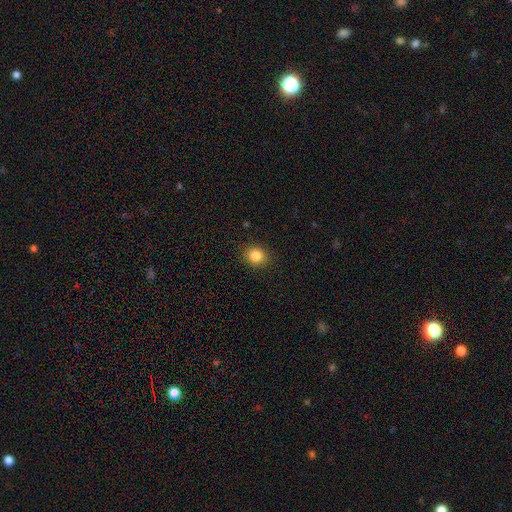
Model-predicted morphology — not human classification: This is clearly a smooth galaxy (85%). How rounded: likely round (73%). Merging: clearly none (90%).